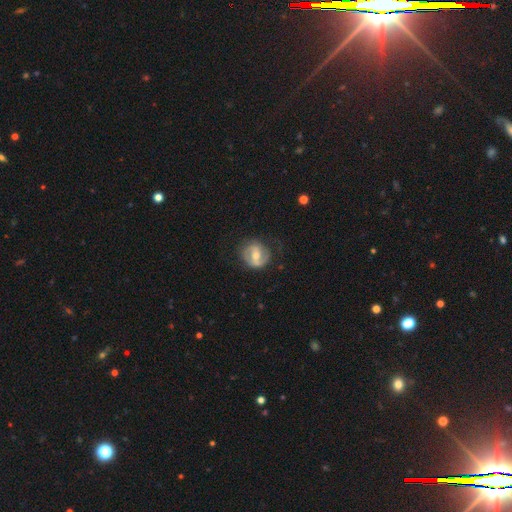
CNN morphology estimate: Smooth or featured: featured or disk — 70% (smooth — 24%)
Edge-on disk: no — 97% (yes — 3%)
Bar: weak — 42% (strong — 41%)
Spiral arms: yes — 78% (no — 22%)
Spiral winding: medium — 44% (tight — 32%)
Spiral arm count: 2 — 79% (can't tell — 11%)
Bulge size: moderate — 64% (small — 30%)
Merging: none — 70% (minor disturbance — 20%)